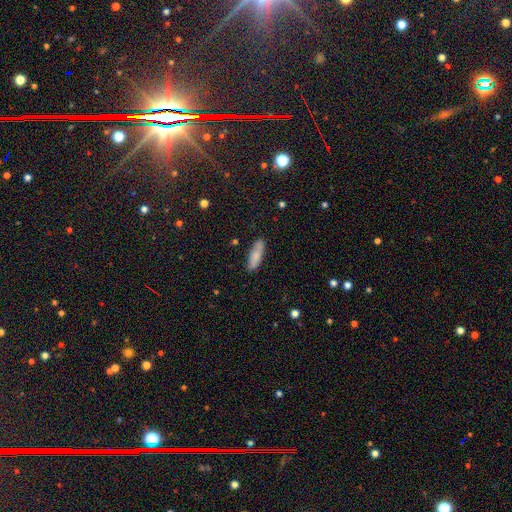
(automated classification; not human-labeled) This appears to be a smooth galaxy with no disk features (80%) that is cigar-shaped (57%). Merging: none (83%).